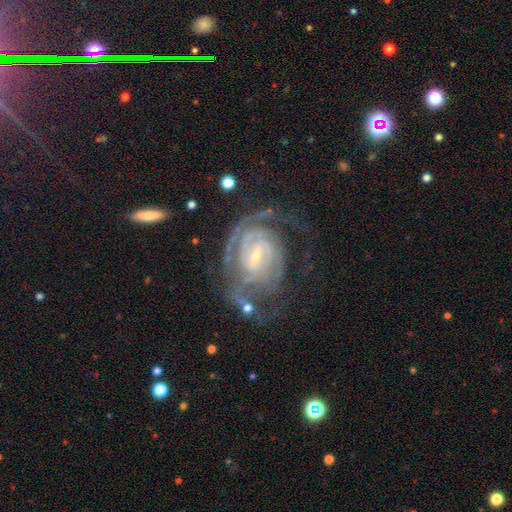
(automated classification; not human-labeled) Smooth or featured? featured or disk (89%)
Edge-on disk? no (97%)
Bar? weak (50%)
Spiral arms? yes (97%)
Spiral winding? tight (69%)
Spiral arm count? 2 (37%)
Bulge size? small (75%)
Merging? none (55%)